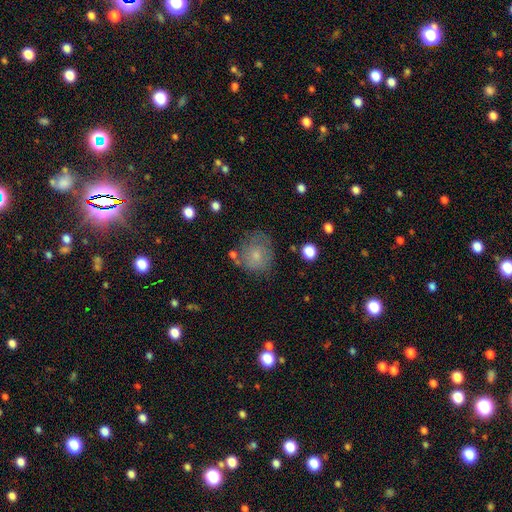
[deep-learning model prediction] smooth_or_featured: smooth (p=0.67) [alt: featured or disk p=0.23]
how_rounded: round (p=0.79) [alt: in between p=0.20]
merging: none (p=0.64) [alt: minor disturbance p=0.22]